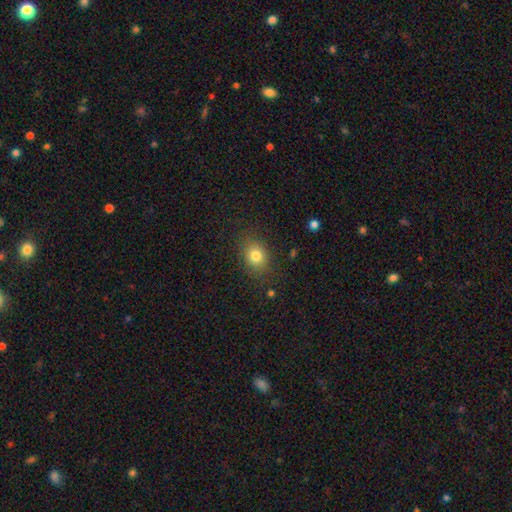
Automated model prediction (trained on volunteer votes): This is clearly a smooth galaxy (81%). How rounded: possibly round (51%). Merging: clearly none (83%).